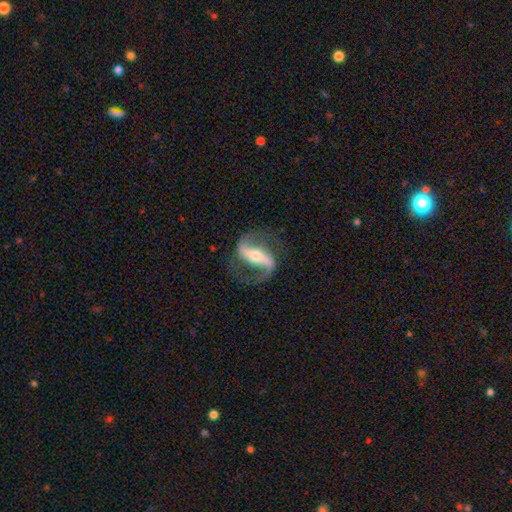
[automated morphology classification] smooth_or_featured: featured or disk (p=0.89) [alt: smooth p=0.06]
disk_edge_on: no (p=0.93) [alt: yes p=0.07]
bar: strong (p=0.67) [alt: weak p=0.20]
has_spiral_arms: yes (p=0.95) [alt: no p=0.05]
spiral_winding: loose (p=0.51) [alt: medium p=0.39]
spiral_arm_count: 2 (p=0.92) [alt: 1 p=0.03]
bulge_size: moderate (p=0.57) [alt: small p=0.35]
merging: none (p=0.77) [alt: minor disturbance p=0.12]